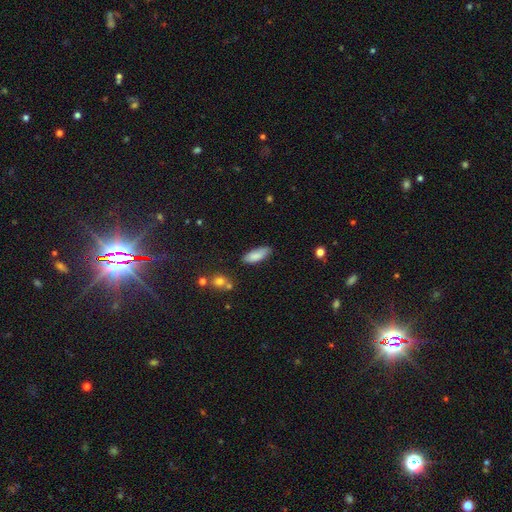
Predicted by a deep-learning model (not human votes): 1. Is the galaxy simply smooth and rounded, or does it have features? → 85% smooth, 8% featured or disk, 7% star or artifact.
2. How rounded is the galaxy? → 72% in between, 26% cigar-shaped, 2% round.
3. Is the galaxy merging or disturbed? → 77% none, 17% minor disturbance, 3% major disturbance, 3% merger.